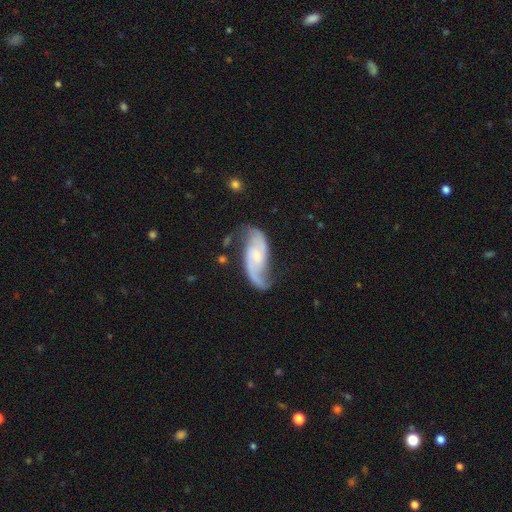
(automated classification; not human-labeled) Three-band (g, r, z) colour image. It shows a featured or disk galaxy (87%) with no bar (49%), 2 (90%) loose (45%) spiral arms (97%) and a small central bulge (49%). Merging: none (66%).